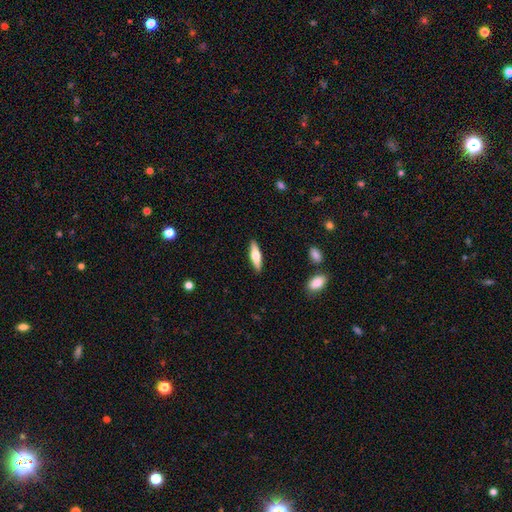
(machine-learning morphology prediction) This is possibly a smooth galaxy (53%). How rounded: likely cigar-shaped (63%). Merging: clearly none (89%).